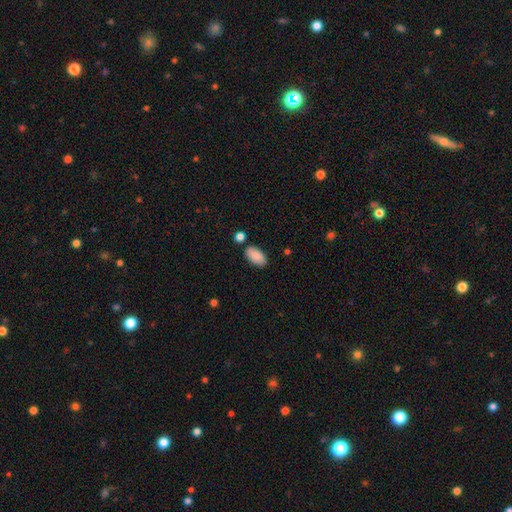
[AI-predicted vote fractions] A smooth galaxy with no disk features (89%) that is in between round and cigar-shaped (95%).

Vote fractions:
- Smooth or featured? smooth: 89% / star or artifact: 6% / featured or disk: 5%
- How rounded? in between: 95% / round: 3% / cigar-shaped: 2%
- Merging? none: 81% / minor disturbance: 12% / merger: 5% / major disturbance: 3%